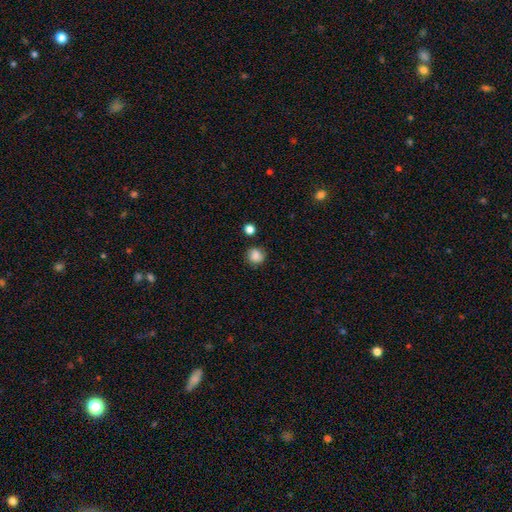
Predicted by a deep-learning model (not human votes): A smooth galaxy with no disk features (84%) that is round (87%).

Vote fractions:
- Smooth or featured? smooth: 84% / star or artifact: 10% / featured or disk: 6%
- How rounded? round: 87% / in between: 12% / cigar-shaped: 1%
- Merging? none: 79% / minor disturbance: 13% / merger: 4% / major disturbance: 3%